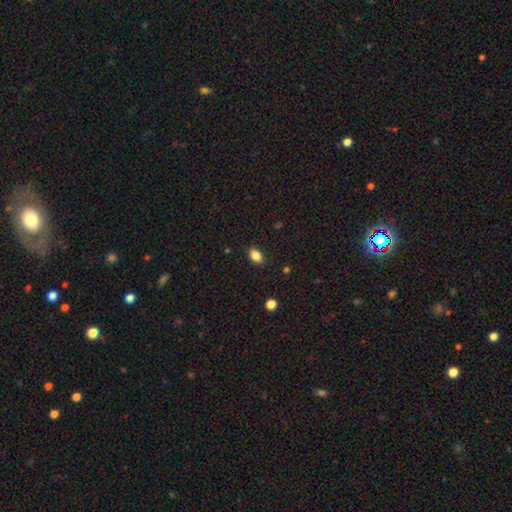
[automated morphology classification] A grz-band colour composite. It shows a smooth galaxy with no disk features (85%) that is in between round and cigar-shaped (85%). Merging: none (87%).